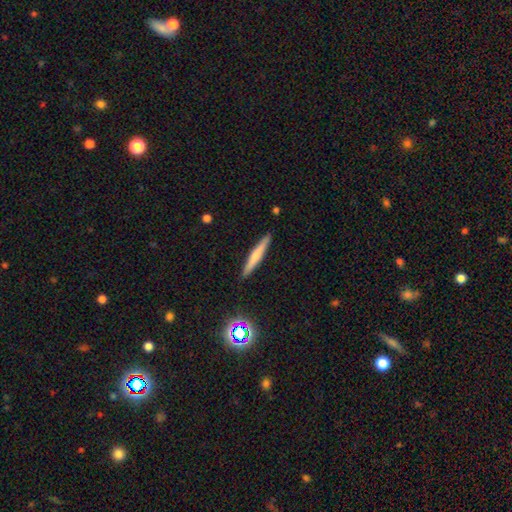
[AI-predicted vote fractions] The model was most divided on "smooth or featured": smooth: 55%, featured or disk: 38%, star or artifact: 7%. More confident: how rounded — cigar-shaped (94%); merging — none (91%).